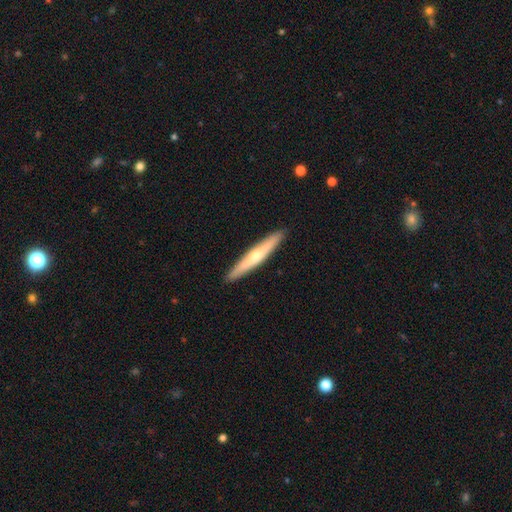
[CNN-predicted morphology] smooth-or-featured: featured or disk: 53% | smooth: 42% | star or artifact: 5%
  disk-edge-on: yes: 94% | no: 6%
  merging: none: 92% | minor disturbance: 6% | major disturbance: 1% | merger: 1%